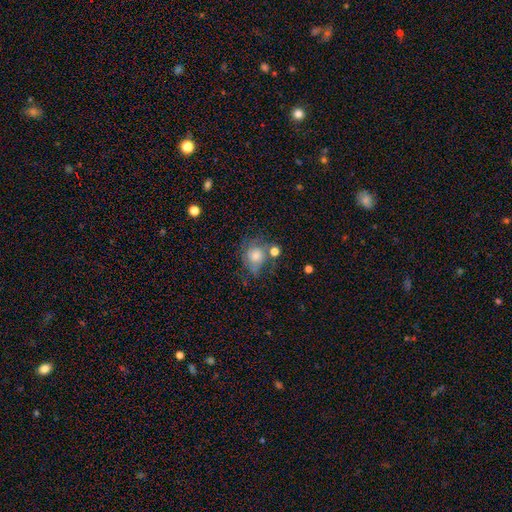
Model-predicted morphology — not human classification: smooth_or_featured: smooth (p=0.53) [alt: featured or disk p=0.34]
how_rounded: round (p=0.71) [alt: in between p=0.28]
merging: none (p=0.48) [alt: minor disturbance p=0.23]